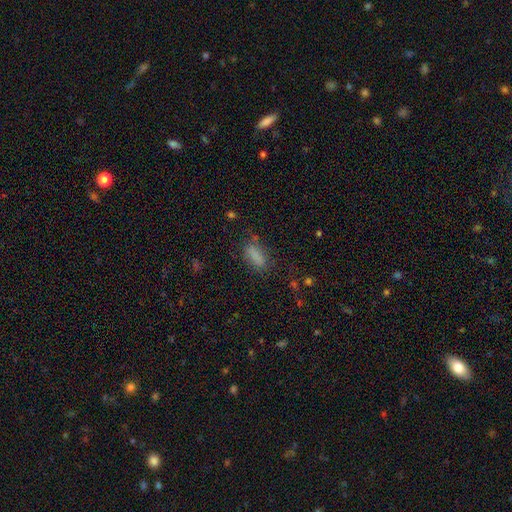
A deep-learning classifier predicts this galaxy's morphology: A smooth galaxy with no disk features (82%) that is in between round and cigar-shaped (68%). Merging: none (73%).